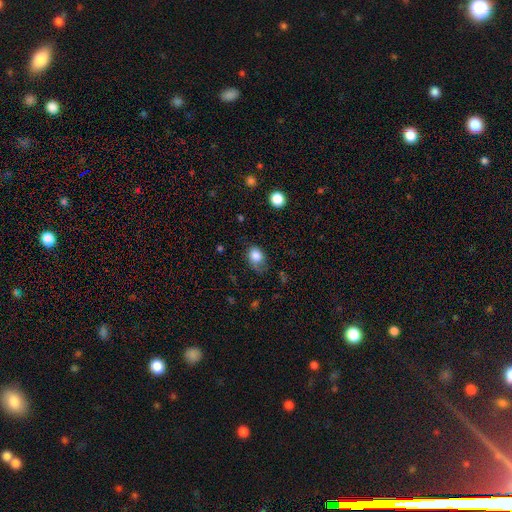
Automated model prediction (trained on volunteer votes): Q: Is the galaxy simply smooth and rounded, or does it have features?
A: smooth — 82%.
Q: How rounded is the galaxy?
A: in between — 66%.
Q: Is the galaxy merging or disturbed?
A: none — 50%.